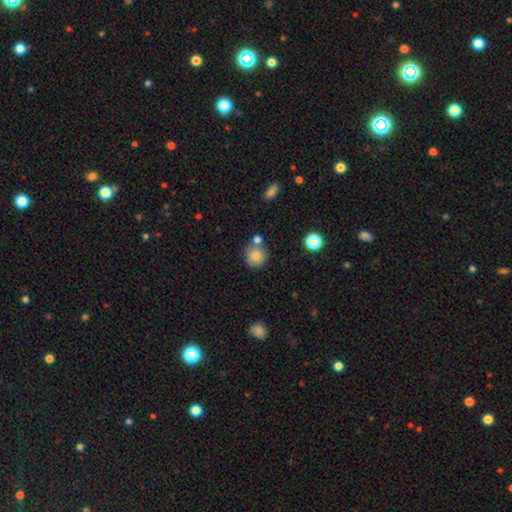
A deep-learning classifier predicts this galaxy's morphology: smooth 81%, star or artifact 10%, featured or disk 9%. Down the decision tree: how rounded — round (90%); merging — none (64%).